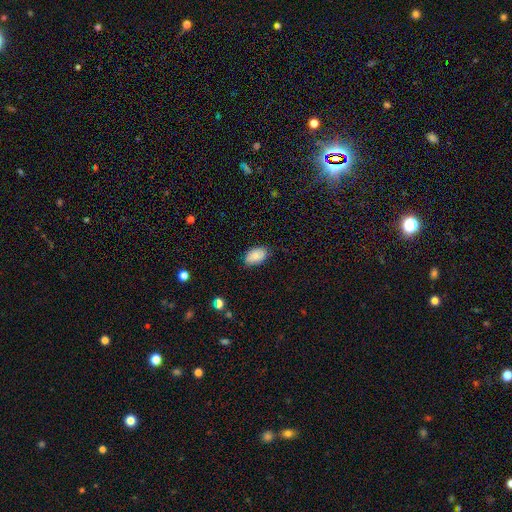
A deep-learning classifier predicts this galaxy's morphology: Smooth or featured: smooth — 84% (featured or disk — 9%)
How rounded: in between — 92% (round — 7%)
Merging: none — 77% (minor disturbance — 19%)